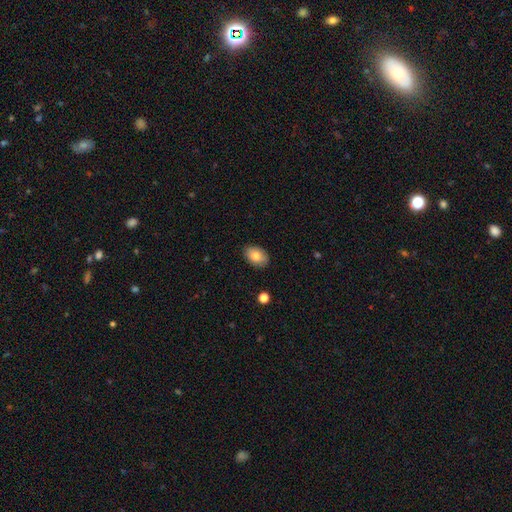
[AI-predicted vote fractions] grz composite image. It shows a smooth galaxy with no disk features (81%) that is in between round and cigar-shaped (85%). Merging: none (87%).